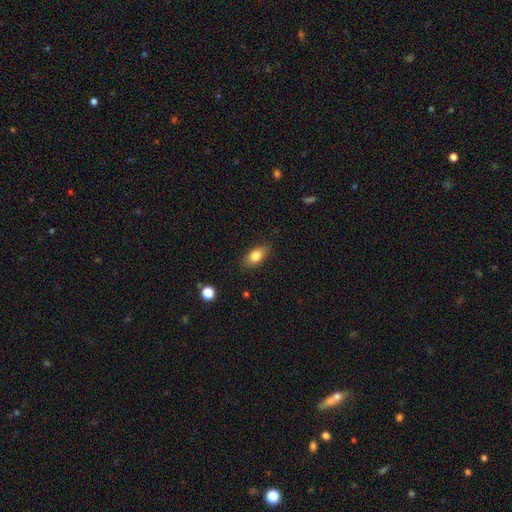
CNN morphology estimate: Smooth or featured: smooth — 81% (featured or disk — 10%)
How rounded: in between — 86% (round — 8%)
Merging: none — 83% (minor disturbance — 13%)